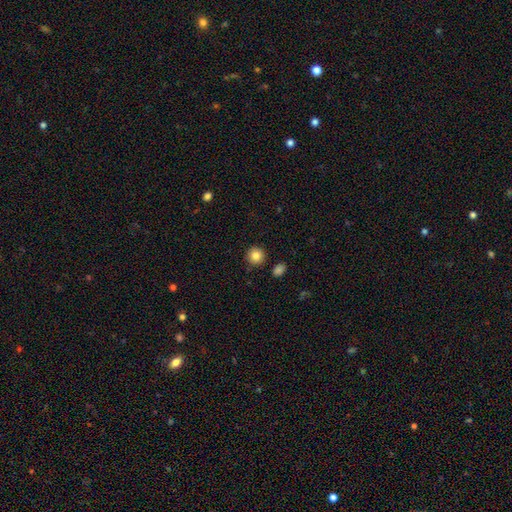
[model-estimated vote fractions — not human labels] A smooth galaxy with no disk features (85%) that is round (93%).

Vote fractions:
- Smooth or featured? smooth: 85% / star or artifact: 10% / featured or disk: 5%
- How rounded? round: 93% / in between: 6% / cigar-shaped: 1%
- Merging? none: 89% / minor disturbance: 6% / merger: 3% / major disturbance: 2%